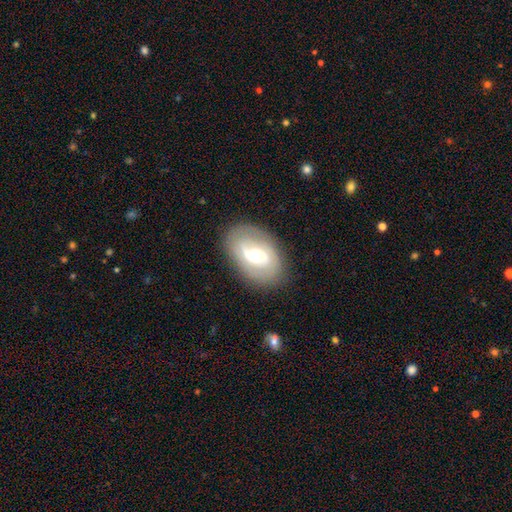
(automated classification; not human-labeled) Smooth or featured? featured or disk (65%)
Edge-on disk? no (93%)
Bar? weak (46%)
Spiral arms? yes (67%)
Bulge size? moderate (65%)
Merging? none (83%)